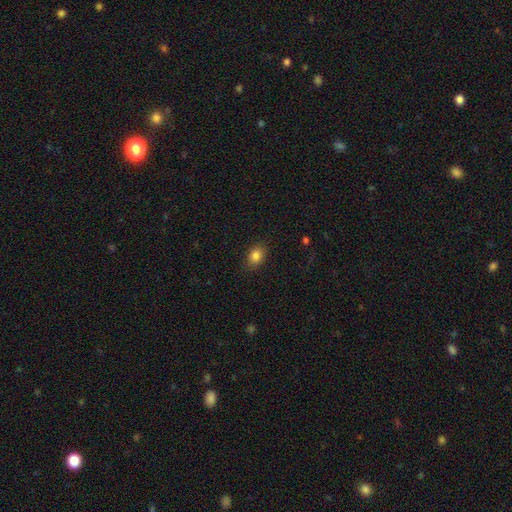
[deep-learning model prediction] Smooth or featured: smooth — 84% (star or artifact — 10%)
How rounded: in between — 62% (round — 37%)
Merging: none — 85% (minor disturbance — 11%)